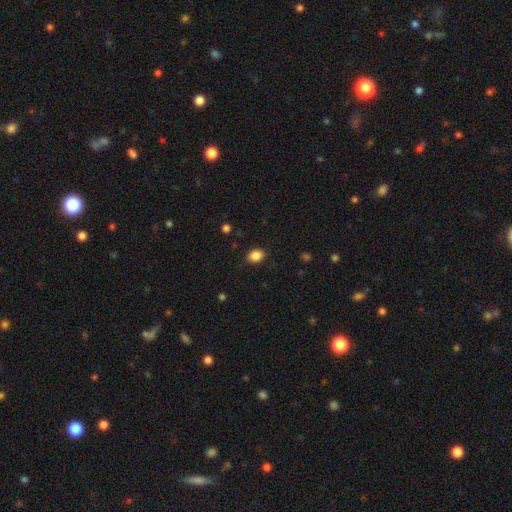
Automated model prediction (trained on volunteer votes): Smooth or featured? Predicted: smooth (p=0.87). How rounded? Predicted: in between (p=0.60). Merging? Predicted: none (p=0.86).